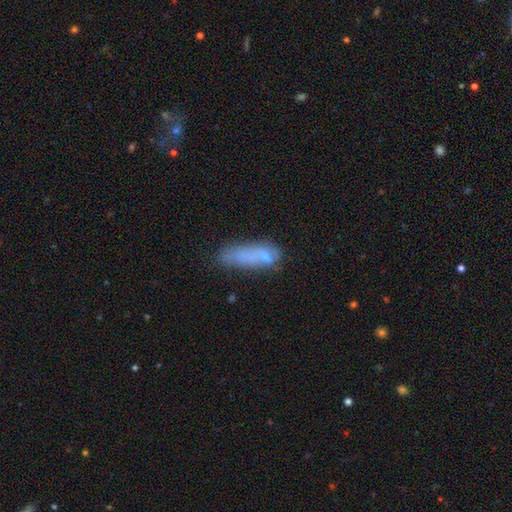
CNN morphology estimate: A smooth galaxy with no disk features (63%) that is cigar-shaped (54%). Merging: none (40%).